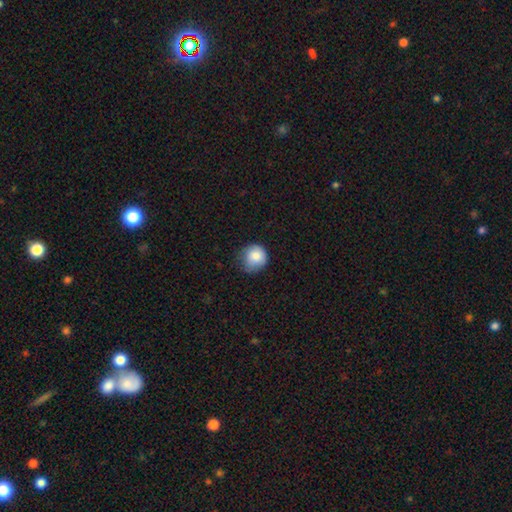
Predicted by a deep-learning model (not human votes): Smooth or featured? Predicted: smooth (p=0.84). How rounded? Predicted: round (p=0.86). Merging? Predicted: none (p=0.53).